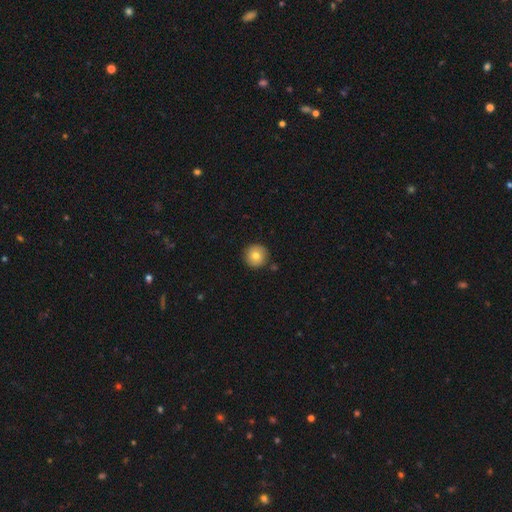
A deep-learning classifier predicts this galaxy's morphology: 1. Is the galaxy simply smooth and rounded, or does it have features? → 78% smooth, 13% featured or disk, 9% star or artifact.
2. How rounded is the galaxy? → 96% round, 3% in between, 1% cigar-shaped.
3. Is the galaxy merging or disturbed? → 90% none, 6% minor disturbance, 2% merger, 2% major disturbance.